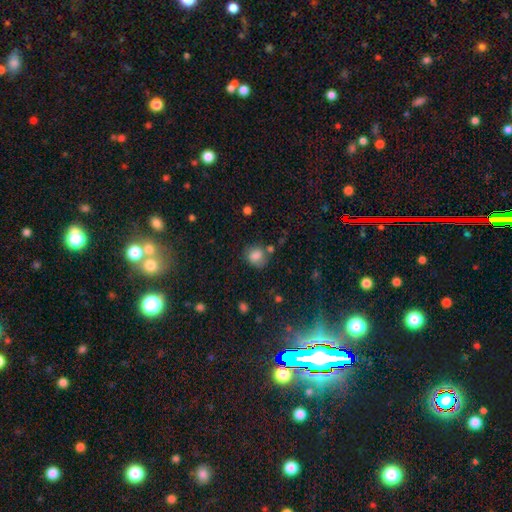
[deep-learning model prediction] smooth_or_featured: smooth (p=0.80) [alt: star or artifact p=0.10]
how_rounded: round (p=0.70) [alt: in between p=0.29]
merging: none (p=0.60) [alt: minor disturbance p=0.21]